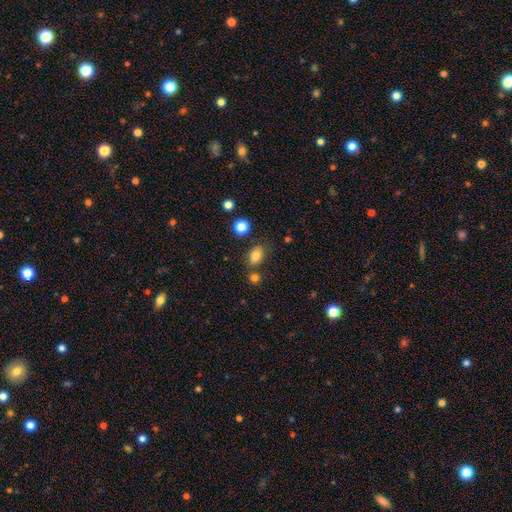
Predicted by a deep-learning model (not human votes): smooth 82%, star or artifact 11%, featured or disk 7%. Down the decision tree: how rounded — in between (75%); merging — none (74%).